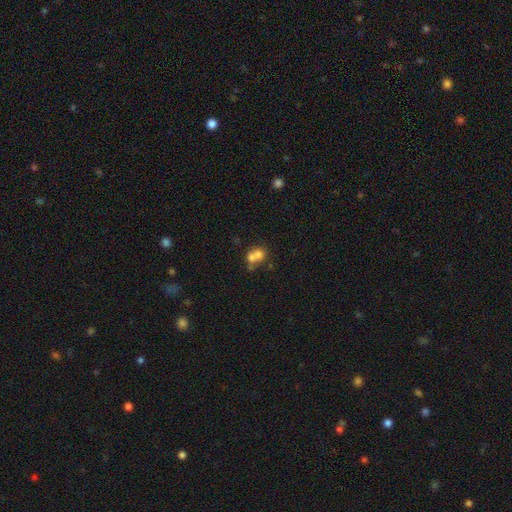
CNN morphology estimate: smooth-or-featured: smooth: 67% | featured or disk: 21% | star or artifact: 12%
  how-rounded: round: 66% | in between: 33% | cigar-shaped: 1%
  merging: merger: 64% | none: 25% | minor disturbance: 6% | major disturbance: 4%